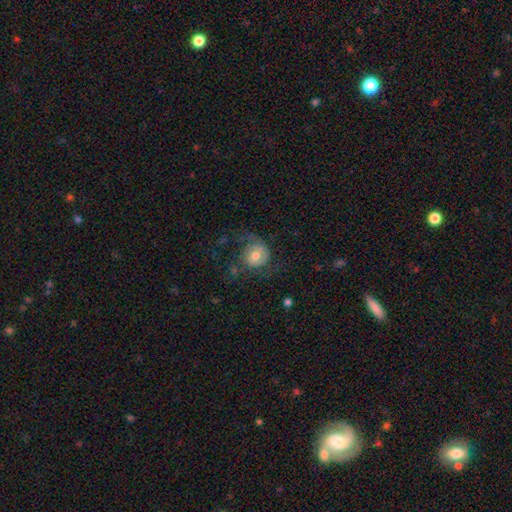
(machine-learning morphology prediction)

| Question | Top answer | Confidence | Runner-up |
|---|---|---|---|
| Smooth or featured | featured or disk | 46% | tied: smooth (46%) |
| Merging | none | 48% | major disturbance (28%) |